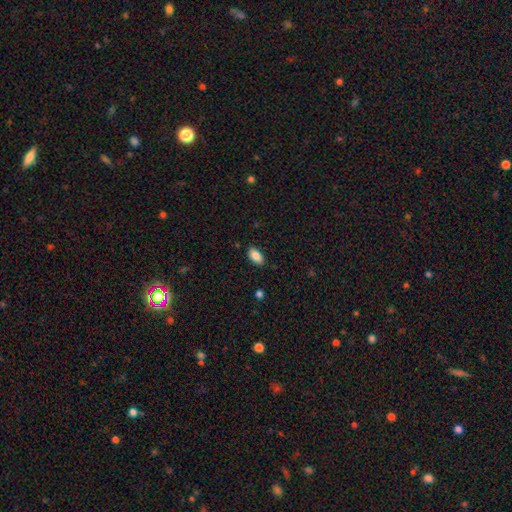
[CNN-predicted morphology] A smooth galaxy with no disk features (86%) that is in between round and cigar-shaped (93%).

Vote fractions:
- Smooth or featured? smooth: 86% / star or artifact: 8% / featured or disk: 6%
- How rounded? in between: 93% / round: 4% / cigar-shaped: 3%
- Merging? none: 86% / minor disturbance: 11% / major disturbance: 2% / merger: 1%